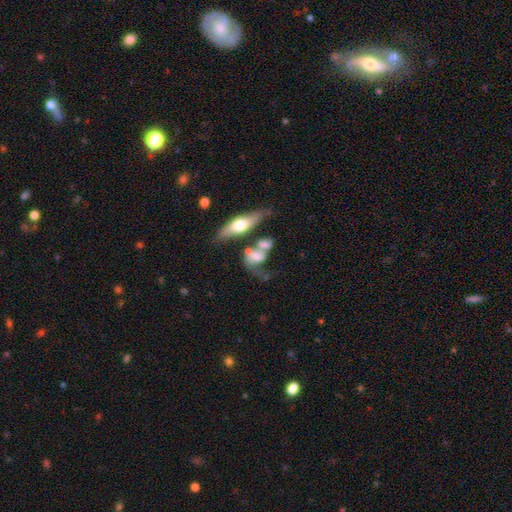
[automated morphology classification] Smooth or featured?
  - smooth: 49% *
  - featured or disk: 42%
  - star or artifact: 9%
Merging?
  - merger: 41% *
  - none: 26%
  - major disturbance: 17%
  - minor disturbance: 16%